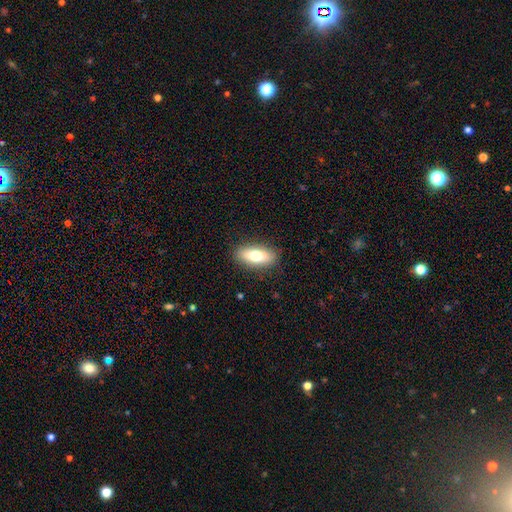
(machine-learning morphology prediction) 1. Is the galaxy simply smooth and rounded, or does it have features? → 73% smooth, 20% featured or disk, 7% star or artifact.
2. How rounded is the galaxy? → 80% in between, 17% cigar-shaped, 3% round.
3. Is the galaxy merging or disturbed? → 87% none, 9% minor disturbance, 2% major disturbance, 1% merger.